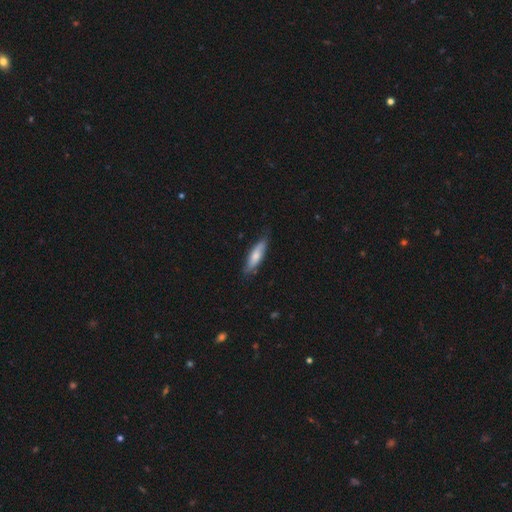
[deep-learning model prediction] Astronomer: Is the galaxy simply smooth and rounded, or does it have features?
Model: smooth — 68%.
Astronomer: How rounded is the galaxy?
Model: cigar-shaped — 60% (runner-up: in between, 38%).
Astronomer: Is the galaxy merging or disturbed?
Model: none — 76%.